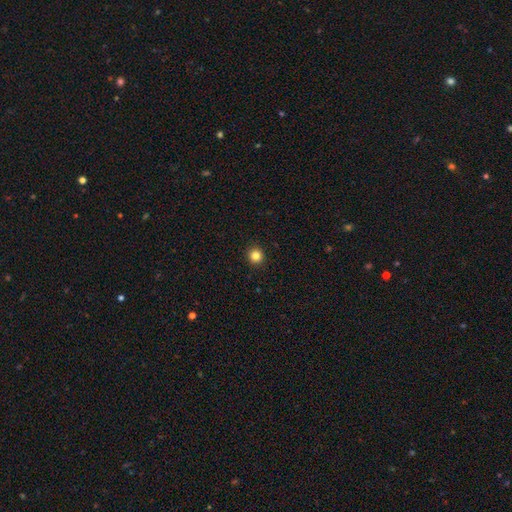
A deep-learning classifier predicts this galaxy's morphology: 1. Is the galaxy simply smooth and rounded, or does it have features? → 84% smooth, 12% star or artifact, 4% featured or disk.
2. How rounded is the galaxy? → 93% round, 6% in between, 1% cigar-shaped.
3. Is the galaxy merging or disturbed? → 93% none, 4% minor disturbance, 1% major disturbance, 1% merger.